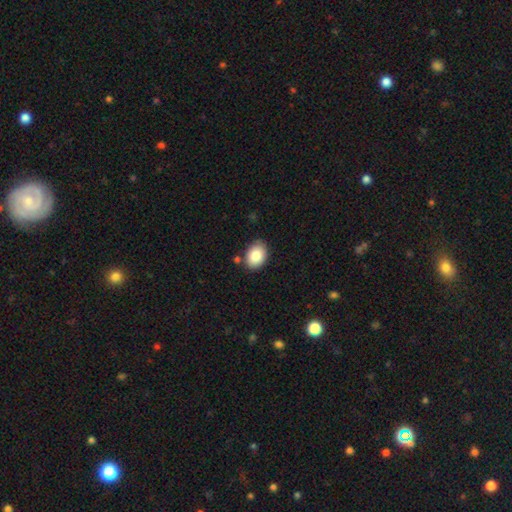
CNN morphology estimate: type=smooth (86%); roundness=in between (76%); merging=none (81%).